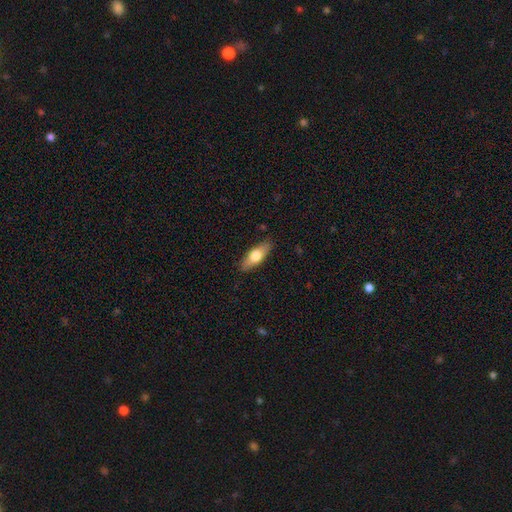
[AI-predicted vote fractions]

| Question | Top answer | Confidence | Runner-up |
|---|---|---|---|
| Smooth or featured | smooth | 65% | featured or disk (29%) |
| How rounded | in between | 66% | cigar-shaped (31%) |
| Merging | none | 87% | minor disturbance (10%) |